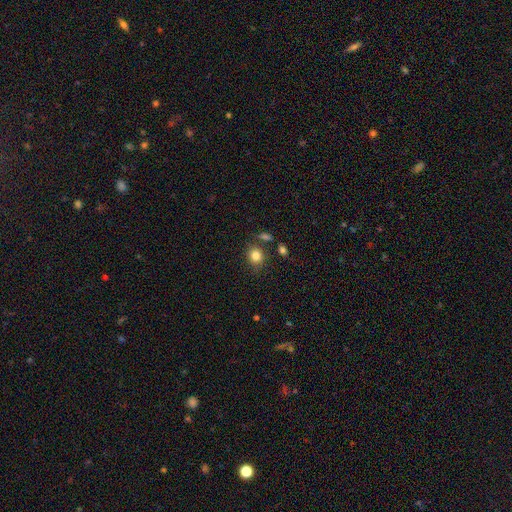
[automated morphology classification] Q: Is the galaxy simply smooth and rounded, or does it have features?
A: smooth — 83%.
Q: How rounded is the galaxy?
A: round — 68%.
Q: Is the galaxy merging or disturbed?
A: none — 75%.